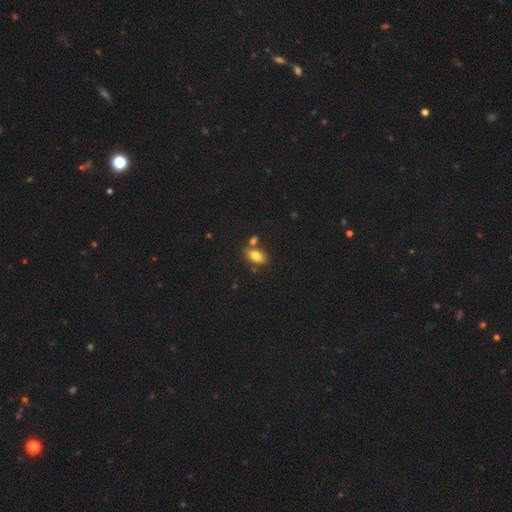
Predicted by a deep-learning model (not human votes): Smooth or featured: smooth — 79% (featured or disk — 12%)
How rounded: in between — 87% (round — 10%)
Merging: none — 67% (merger — 18%)